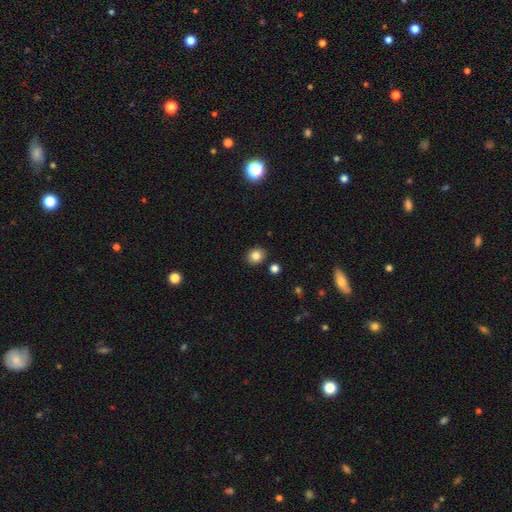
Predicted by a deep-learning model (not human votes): This appears to be a smooth galaxy with no disk features (83%) that is round (64%). Merging: none (87%).